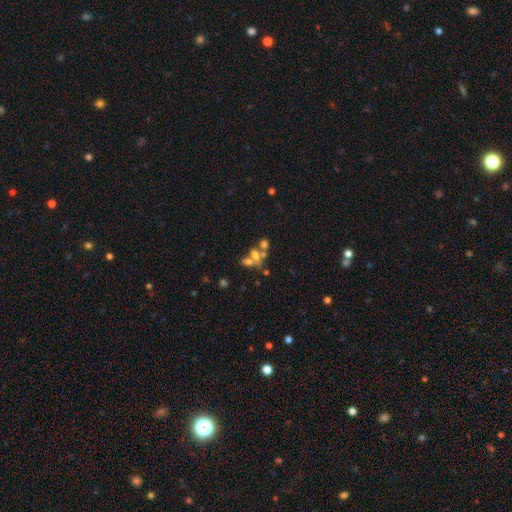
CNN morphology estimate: type=smooth (50%); roundness=in between (67%); merging=merger (51%).